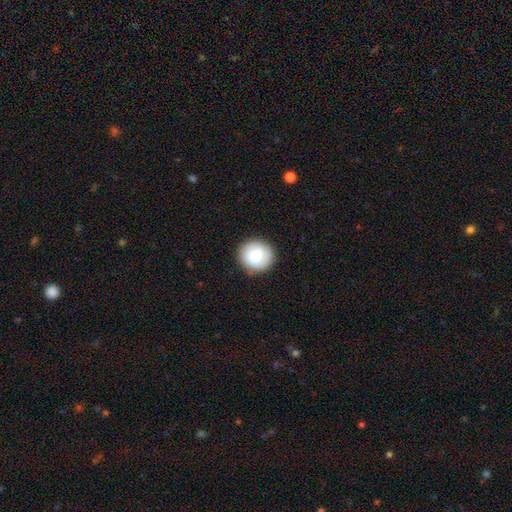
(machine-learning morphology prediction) smooth-or-featured: smooth: 73% | featured or disk: 20% | star or artifact: 7%
  how-rounded: round: 91% | in between: 8% | cigar-shaped: 1%
  merging: none: 87% | minor disturbance: 9% | major disturbance: 3% | merger: 1%